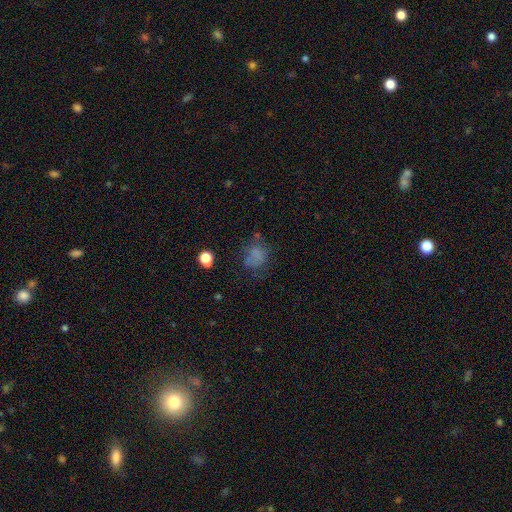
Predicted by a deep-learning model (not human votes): This appears to be a smooth galaxy with no disk features (61%) that is round (56%). Merging: none (50%).